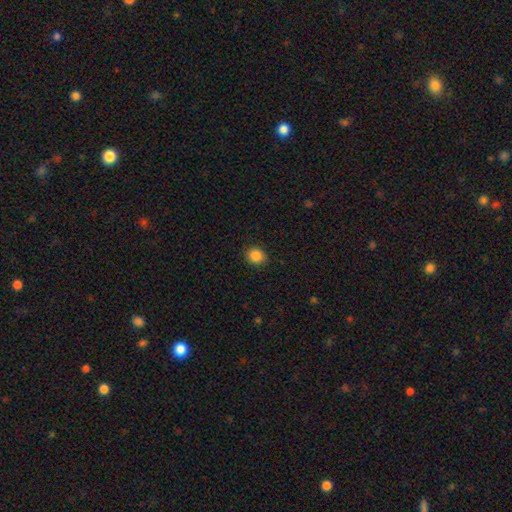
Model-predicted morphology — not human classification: smooth 87%, star or artifact 10%, featured or disk 3%. Down the decision tree: how rounded — round (75%); merging — none (89%).